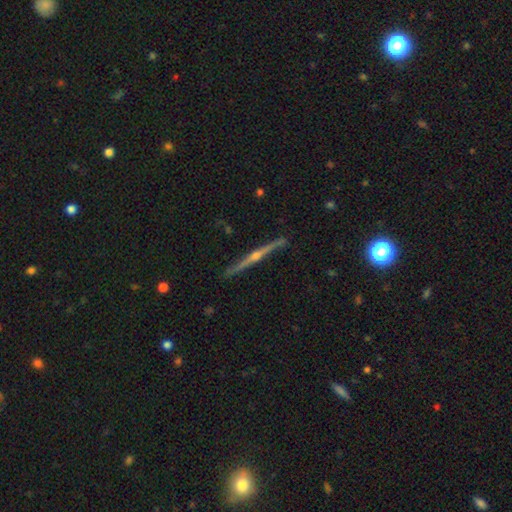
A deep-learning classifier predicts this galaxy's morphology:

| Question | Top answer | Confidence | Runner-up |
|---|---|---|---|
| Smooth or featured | featured or disk | 87% | smooth (8%) |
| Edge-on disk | yes | 98% | no (2%) |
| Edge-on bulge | rounded | 91% | none (6%) |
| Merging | none | 91% | minor disturbance (6%) |